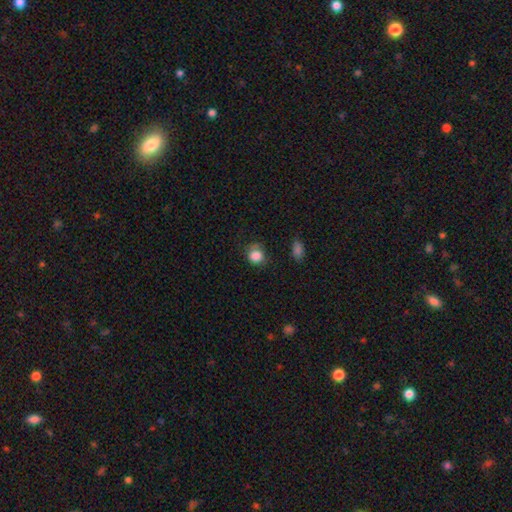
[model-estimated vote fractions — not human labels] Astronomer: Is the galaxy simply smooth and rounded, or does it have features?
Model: smooth — 85%.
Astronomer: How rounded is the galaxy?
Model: round — 78%.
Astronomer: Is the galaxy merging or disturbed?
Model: none — 59%.